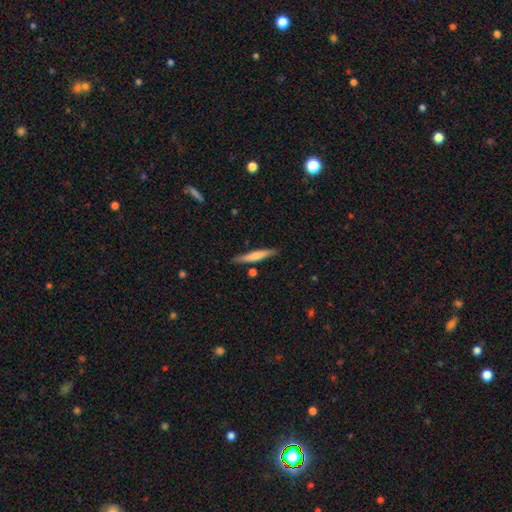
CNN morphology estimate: type=smooth (61%); roundness=cigar-shaped (93%); merging=none (84%).